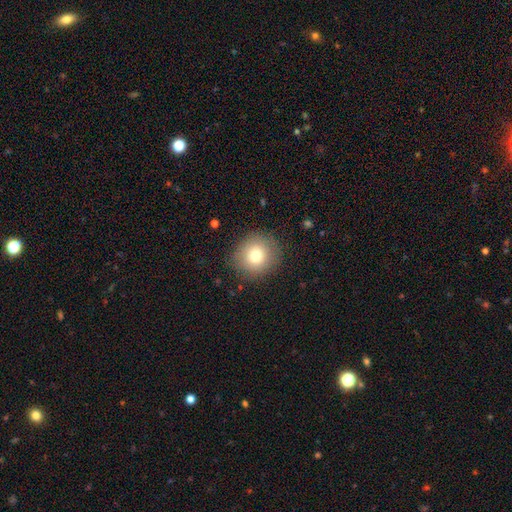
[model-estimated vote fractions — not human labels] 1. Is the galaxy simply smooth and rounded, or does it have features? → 77% smooth, 12% featured or disk, 11% star or artifact.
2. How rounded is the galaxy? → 89% round, 10% in between, 1% cigar-shaped.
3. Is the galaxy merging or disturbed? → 87% none, 9% minor disturbance, 3% major disturbance, 1% merger.